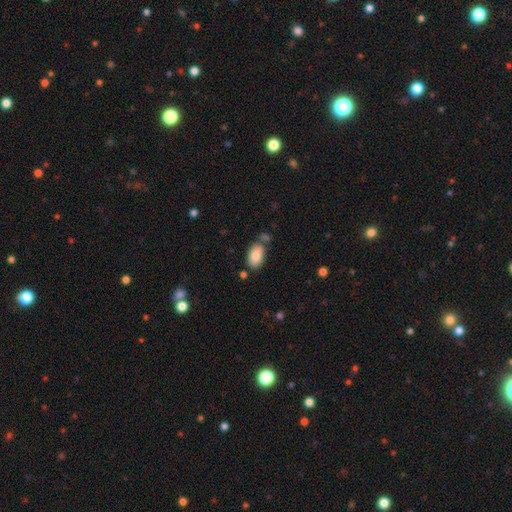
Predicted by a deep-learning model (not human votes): Overall: smooth (82%). How rounded: in between (91%). Merging: none (65%).